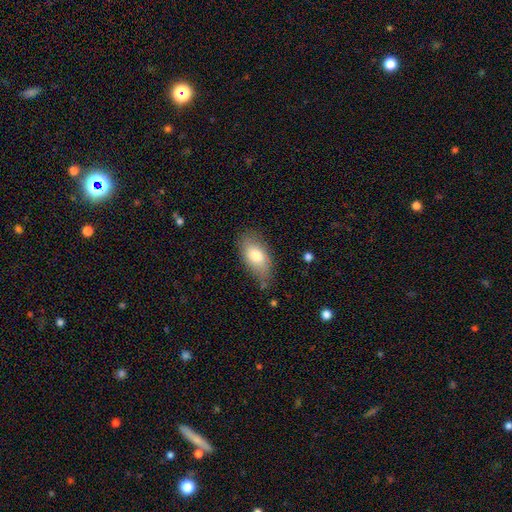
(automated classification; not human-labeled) Overall: smooth (78%). How rounded: in between (91%). Merging: none (71%).